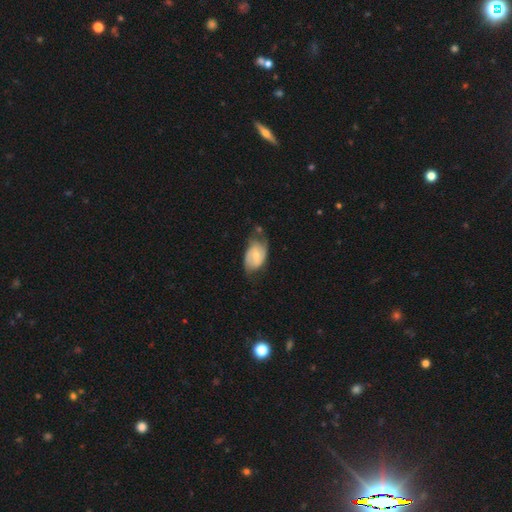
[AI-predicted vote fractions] This is possibly a featured or disk galaxy (50%). Merging: possibly none (49%).